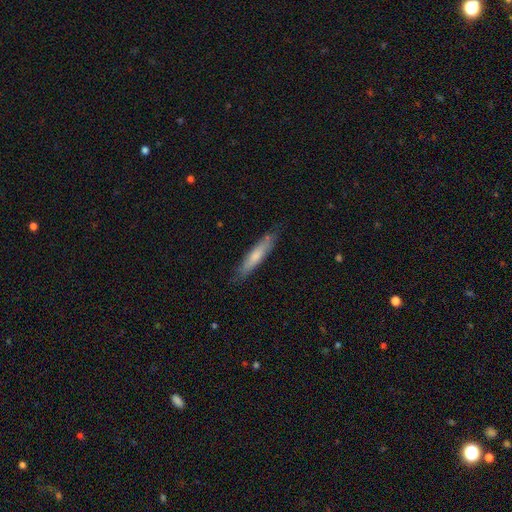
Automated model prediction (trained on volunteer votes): Smooth or featured: smooth — 63% (featured or disk — 31%)
How rounded: cigar-shaped — 87% (in between — 11%)
Merging: none — 80% (minor disturbance — 16%)